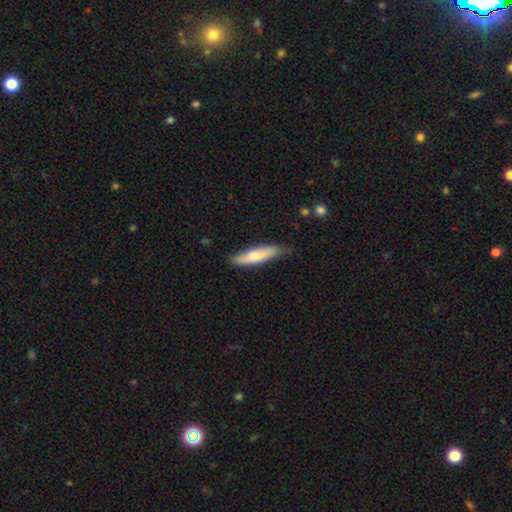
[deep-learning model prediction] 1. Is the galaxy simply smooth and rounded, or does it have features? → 74% smooth, 21% featured or disk, 5% star or artifact.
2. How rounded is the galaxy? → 79% cigar-shaped, 19% in between, 1% round.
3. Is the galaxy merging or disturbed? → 77% none, 18% minor disturbance, 3% major disturbance, 1% merger.